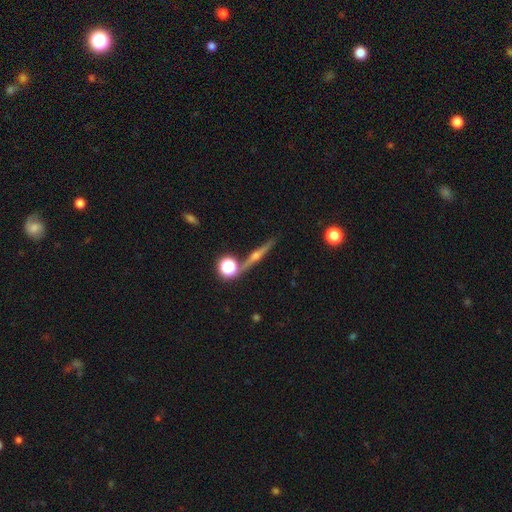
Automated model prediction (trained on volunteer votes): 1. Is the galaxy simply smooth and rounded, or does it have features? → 78% featured or disk, 13% smooth, 9% star or artifact.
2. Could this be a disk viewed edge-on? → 97% yes, 3% no.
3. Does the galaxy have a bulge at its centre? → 91% rounded, 5% none, 4% boxy.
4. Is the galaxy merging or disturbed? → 83% none, 8% minor disturbance, 6% merger, 2% major disturbance.